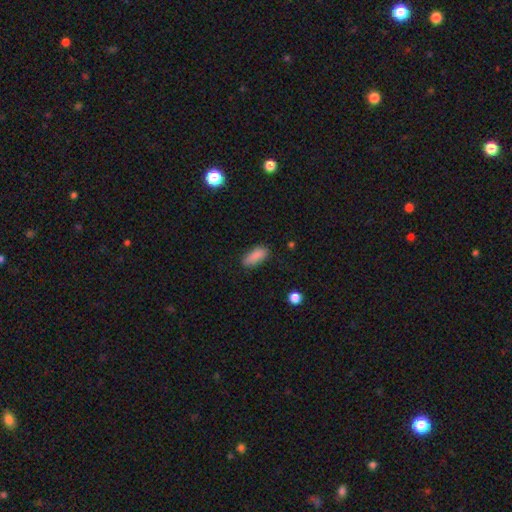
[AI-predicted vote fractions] This is clearly a smooth galaxy (88%). How rounded: clearly in between (80%). Merging: clearly none (82%).